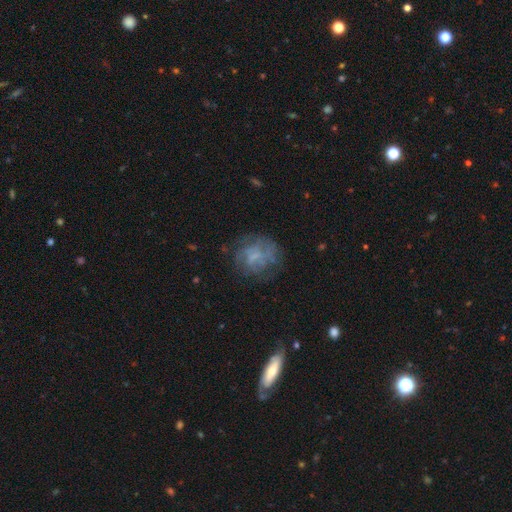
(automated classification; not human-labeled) Smooth or featured? featured or disk (52%)
Edge-on disk? no (98%)
Bar? no (67%)
Spiral arms? yes (51%)
Bulge size? none (47%)
Merging? none (63%)